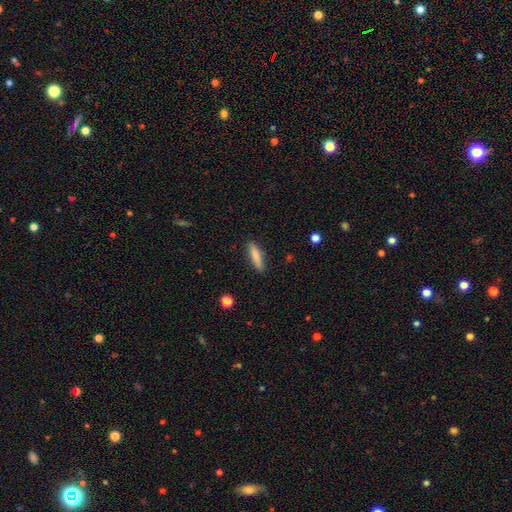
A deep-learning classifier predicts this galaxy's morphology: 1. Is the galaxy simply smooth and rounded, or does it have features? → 83% smooth, 11% featured or disk, 6% star or artifact.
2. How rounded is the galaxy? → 74% cigar-shaped, 24% in between, 2% round.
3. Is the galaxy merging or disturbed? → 88% none, 9% minor disturbance, 2% major disturbance, 1% merger.